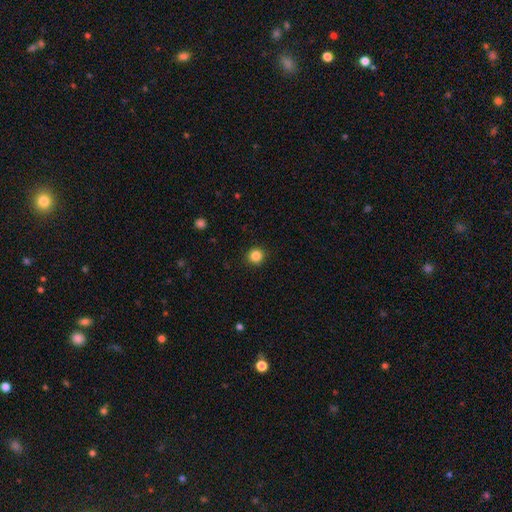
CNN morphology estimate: A smooth galaxy with no disk features (85%) that is round (93%).

Vote fractions:
- Smooth or featured? smooth: 85% / star or artifact: 11% / featured or disk: 4%
- How rounded? round: 93% / in between: 6% / cigar-shaped: 1%
- Merging? none: 91% / minor disturbance: 6% / major disturbance: 2% / merger: 1%